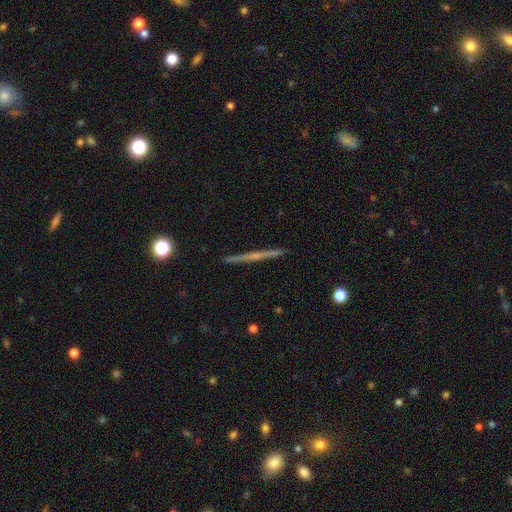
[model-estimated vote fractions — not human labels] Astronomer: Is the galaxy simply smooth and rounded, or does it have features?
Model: featured or disk — 70%.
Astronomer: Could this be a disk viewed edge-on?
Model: yes — 98%.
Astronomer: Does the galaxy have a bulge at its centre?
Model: none — 53% (runner-up: rounded, 40%).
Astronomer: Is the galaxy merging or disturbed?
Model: none — 93%.